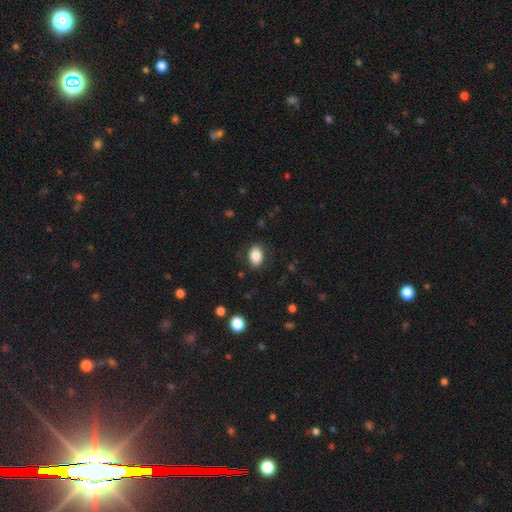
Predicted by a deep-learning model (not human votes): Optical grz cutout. It shows a smooth galaxy with no disk features (86%) that is in between round and cigar-shaped (83%). Merging: none (84%).